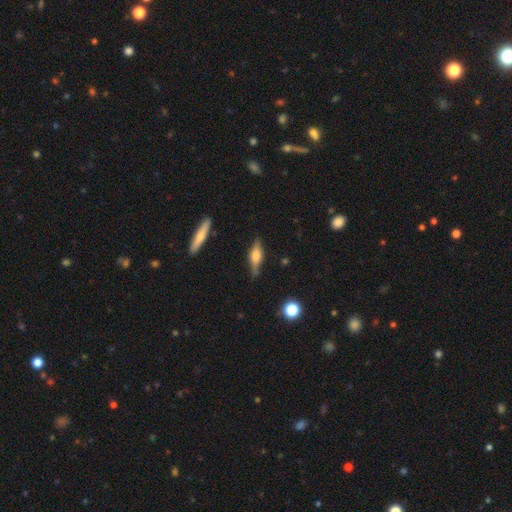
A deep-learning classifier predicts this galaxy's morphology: smooth_or_featured: featured or disk (p=0.52) [alt: smooth p=0.41]
disk_edge_on: yes (p=0.92) [alt: no p=0.08]
merging: none (p=0.77) [alt: minor disturbance p=0.17]